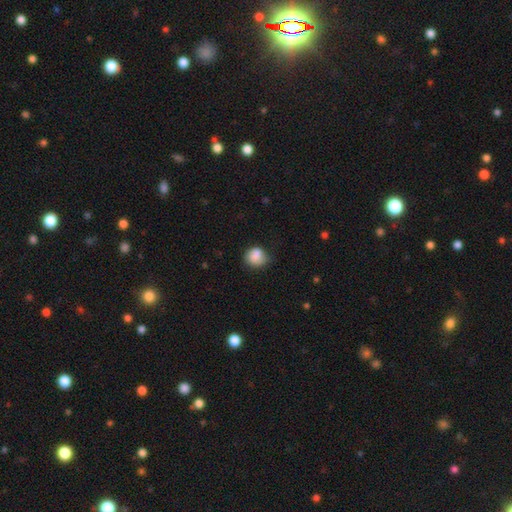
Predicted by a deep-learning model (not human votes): Q: Smooth or featured?
A: smooth (83%); runner-up: featured or disk (9%)
Q: How rounded?
A: round (76%); runner-up: in between (23%)
Q: Merging?
A: none (58%); runner-up: minor disturbance (31%)